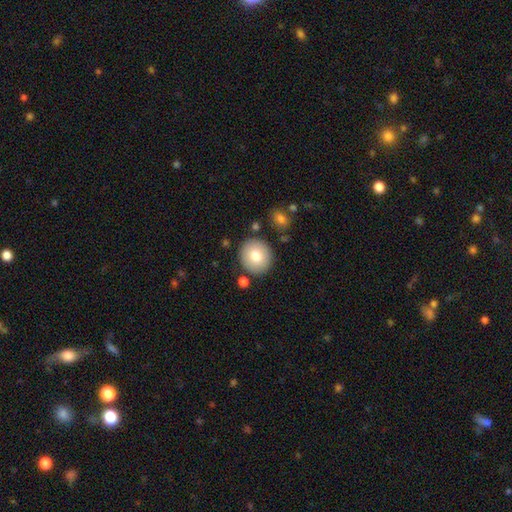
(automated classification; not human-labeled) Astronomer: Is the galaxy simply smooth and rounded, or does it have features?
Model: smooth — 77%.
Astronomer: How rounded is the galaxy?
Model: round — 90%.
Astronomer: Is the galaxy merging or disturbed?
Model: none — 86%.